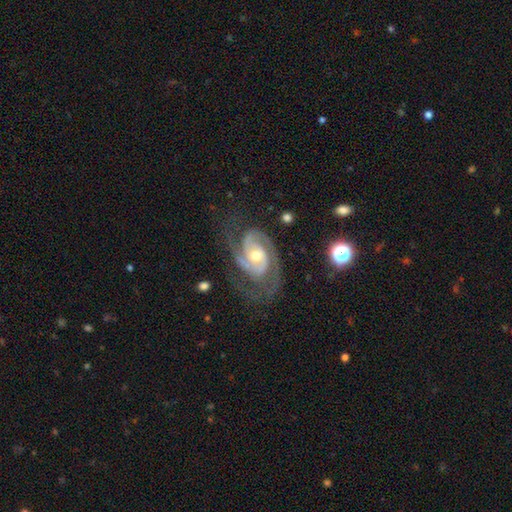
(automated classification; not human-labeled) This appears to be a featured or disk galaxy (92%) with no bar (61%), 2 (71%) tight (52%) spiral arms (98%) and a moderate central bulge (58%). Merging: none (66%).